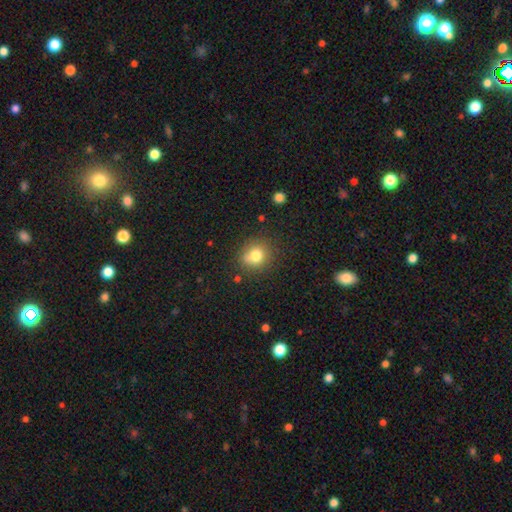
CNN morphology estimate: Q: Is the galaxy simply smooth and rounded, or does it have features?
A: smooth — 78%.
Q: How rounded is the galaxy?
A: round — 80%.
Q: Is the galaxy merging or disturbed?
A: none — 78%.